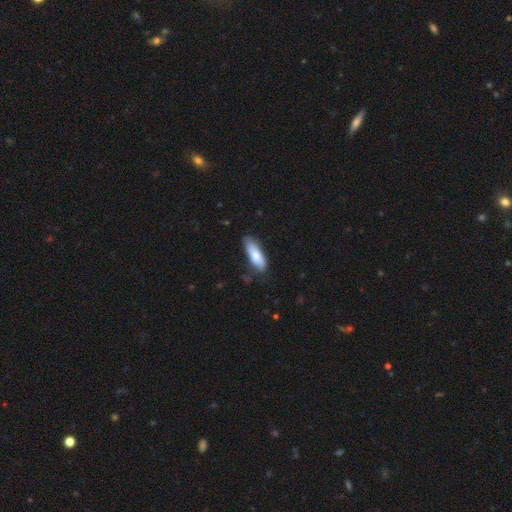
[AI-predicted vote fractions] Morphology: type=smooth (74%); roundness=in between (64%); merging=none (73%).